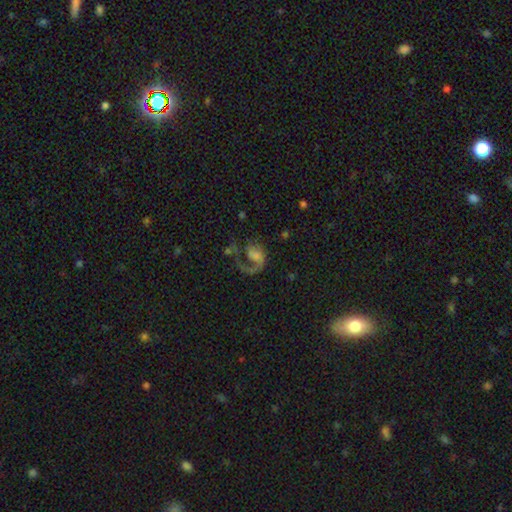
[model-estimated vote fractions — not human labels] Smooth or featured? featured or disk (68%)
Edge-on disk? no (98%)
Bar? no (65%)
Spiral arms? yes (83%)
Spiral winding? loose (48%)
Spiral arm count? 1 (82%)
Bulge size? none (30%)
Merging? major disturbance (44%)